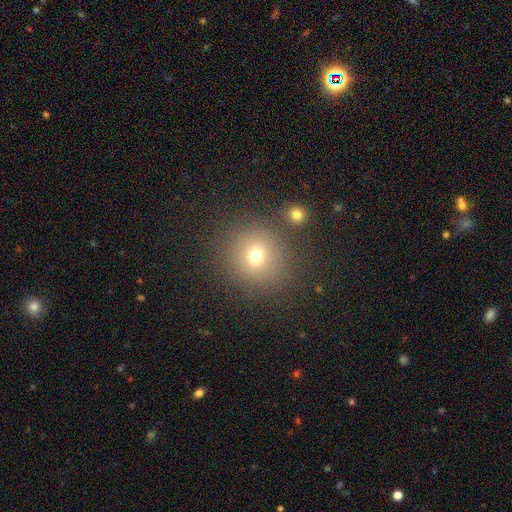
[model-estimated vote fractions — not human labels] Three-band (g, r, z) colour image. It shows a smooth galaxy with no disk features (70%) that is round (89%). Merging: none (81%).